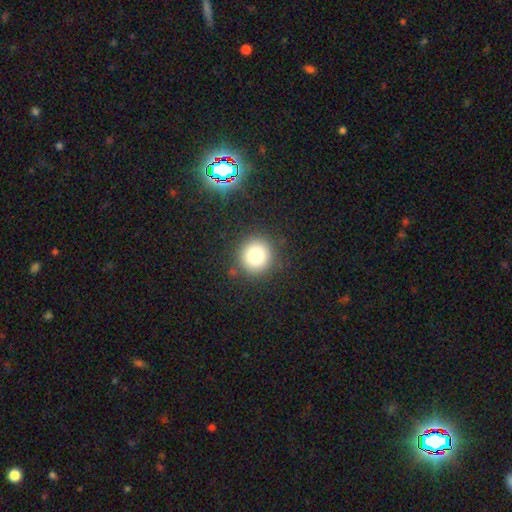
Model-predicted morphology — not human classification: This appears to be a smooth galaxy with no disk features (78%) that is round (92%). Merging: none (88%).